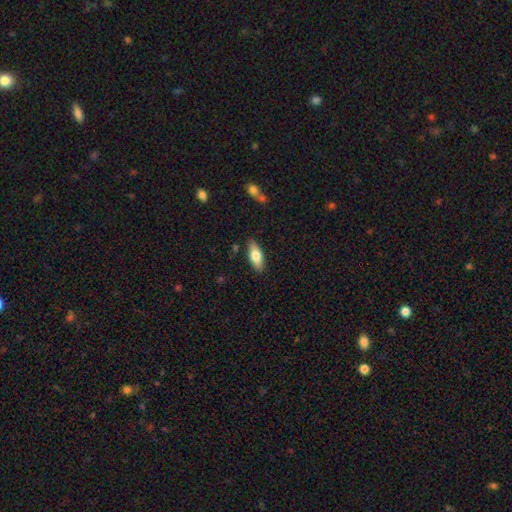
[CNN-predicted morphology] Smooth or featured? smooth (68%)
How rounded? in between (73%)
Merging? none (85%)